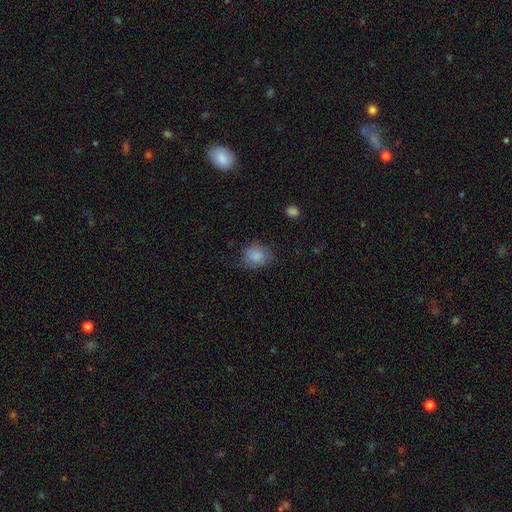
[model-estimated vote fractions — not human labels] smooth_or_featured: smooth (p=0.84) [alt: star or artifact p=0.09]
how_rounded: round (p=0.67) [alt: in between p=0.32]
merging: none (p=0.73) [alt: minor disturbance p=0.21]